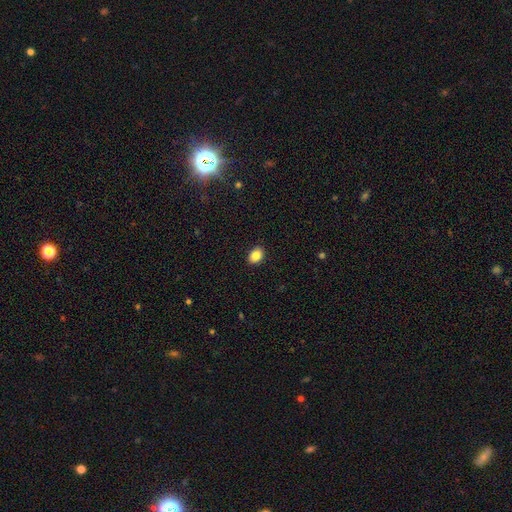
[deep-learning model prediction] Morphology: type=smooth (86%); roundness=in between (69%); merging=none (90%).